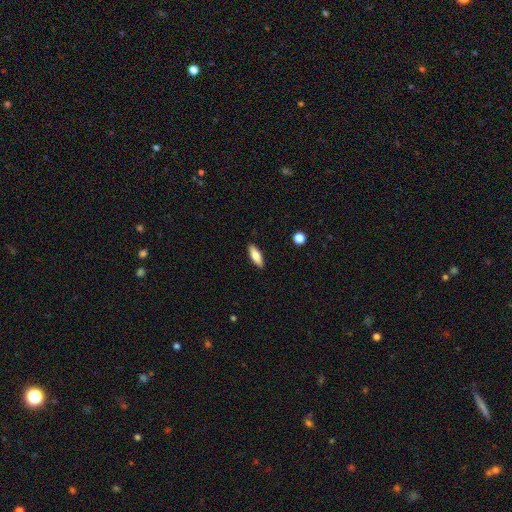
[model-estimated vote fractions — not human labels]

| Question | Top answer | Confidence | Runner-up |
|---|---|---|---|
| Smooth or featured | smooth | 76% | featured or disk (17%) |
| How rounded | in between | 61% | cigar-shaped (37%) |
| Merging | none | 89% | minor disturbance (8%) |